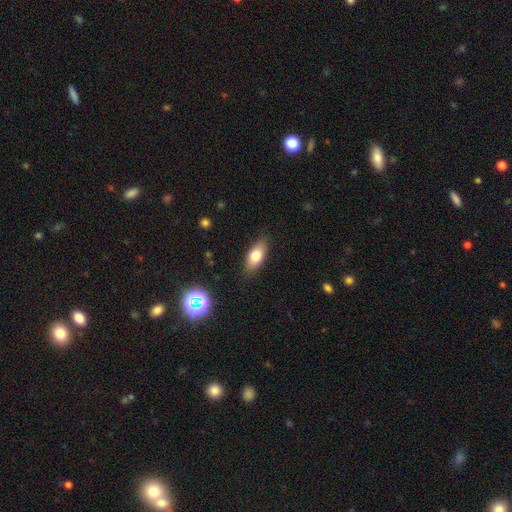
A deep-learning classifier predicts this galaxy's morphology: This is likely a smooth galaxy (76%). How rounded: clearly in between (83%). Merging: clearly none (85%).